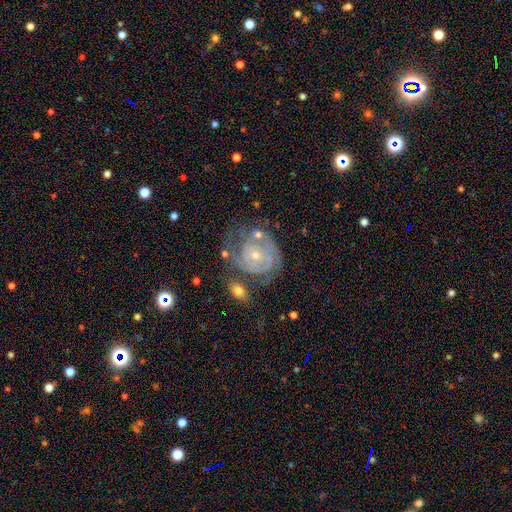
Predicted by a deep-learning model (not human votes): featured or disk 82%, smooth 12%, star or artifact 6%. Down the decision tree: edge-on disk — no (97%); bar — no (77%); spiral arms — yes (88%); spiral arm count — can't tell (39%); spiral winding — tight (74%); bulge size — small (63%); merging — none (51%).